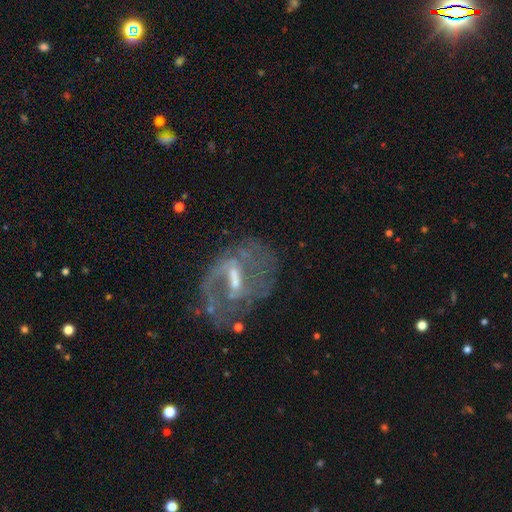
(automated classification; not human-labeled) smooth-or-featured: featured or disk: 80% | smooth: 11% | star or artifact: 9%
  disk-edge-on: no: 96% | yes: 4%
    bar: weak: 50% | strong: 32% | no: 18%
    has-spiral-arms: yes: 76% | no: 24%
      spiral-winding: medium: 43% | loose: 35% | tight: 23%
      spiral-arm-count: 2: 48% | can't tell: 24% | 1: 19% | 3: 5% | 4: 2% | more than 4: 2%
    bulge-size: small: 44% | moderate: 37% | none: 15% | large: 3% | dominant: 1%
  merging: none: 51% | major disturbance: 24% | minor disturbance: 19% | merger: 6%